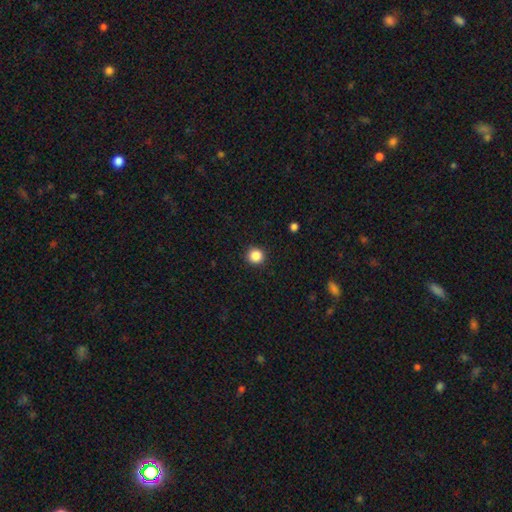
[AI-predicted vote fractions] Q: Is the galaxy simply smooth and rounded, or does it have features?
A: smooth — 87%.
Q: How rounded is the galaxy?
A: round — 94%.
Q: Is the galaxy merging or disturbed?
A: none — 92%.